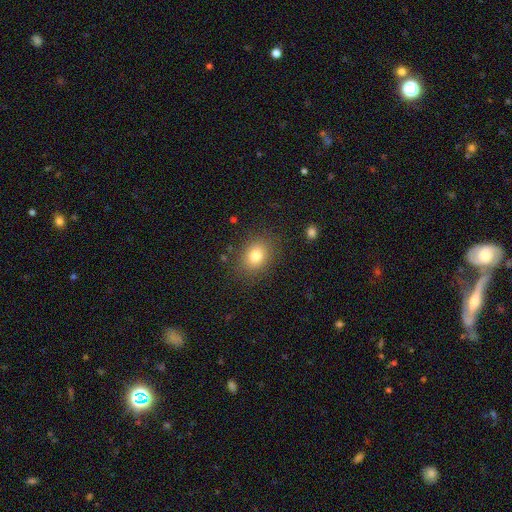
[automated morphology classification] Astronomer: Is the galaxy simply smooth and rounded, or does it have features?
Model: smooth — 80%.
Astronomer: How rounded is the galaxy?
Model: in between — 56% (runner-up: round, 43%).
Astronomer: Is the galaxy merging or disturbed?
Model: none — 84%.